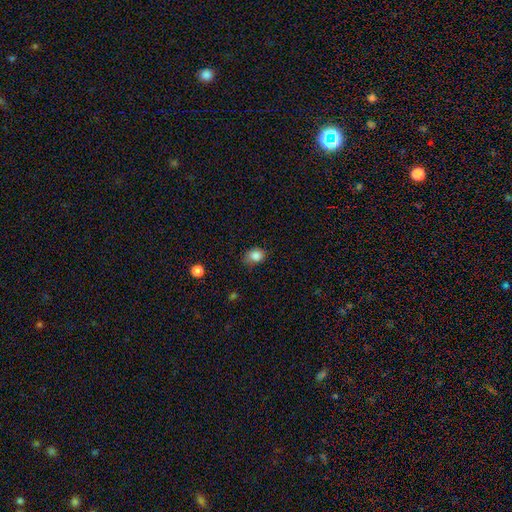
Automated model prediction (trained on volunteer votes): Q: Smooth or featured?
A: smooth (85%); runner-up: star or artifact (10%)
Q: How rounded?
A: round (52%); runner-up: in between (47%)
Q: Merging?
A: none (67%); runner-up: minor disturbance (26%)